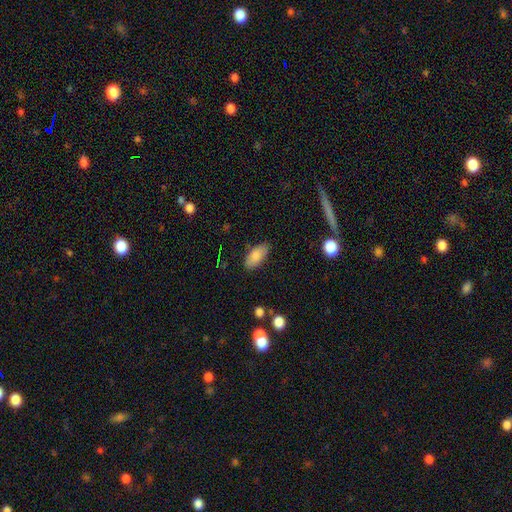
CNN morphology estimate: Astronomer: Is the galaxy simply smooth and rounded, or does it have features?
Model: smooth — 83%.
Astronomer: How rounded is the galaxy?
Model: in between — 90%.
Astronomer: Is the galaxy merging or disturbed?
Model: none — 82%.